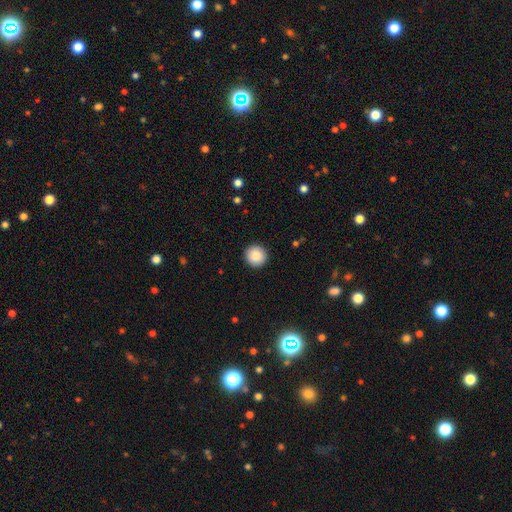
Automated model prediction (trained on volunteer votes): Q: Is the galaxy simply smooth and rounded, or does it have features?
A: smooth — 87%.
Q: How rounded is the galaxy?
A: round — 96%.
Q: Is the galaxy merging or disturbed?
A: none — 93%.